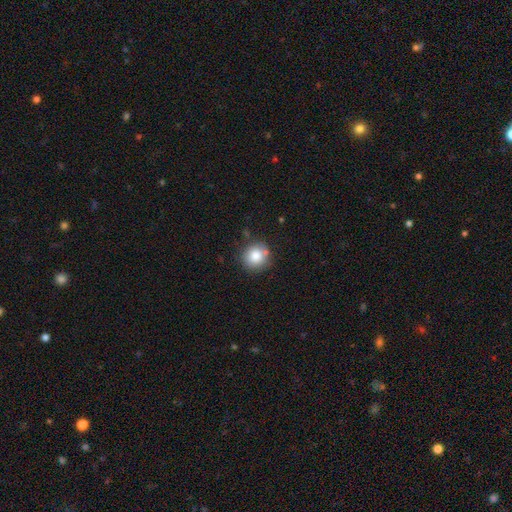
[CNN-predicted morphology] The model was most divided on "merging": none: 79%, minor disturbance: 13%, merger: 6%, major disturbance: 3%. More confident: how rounded — round (91%); smooth or featured — smooth (82%).